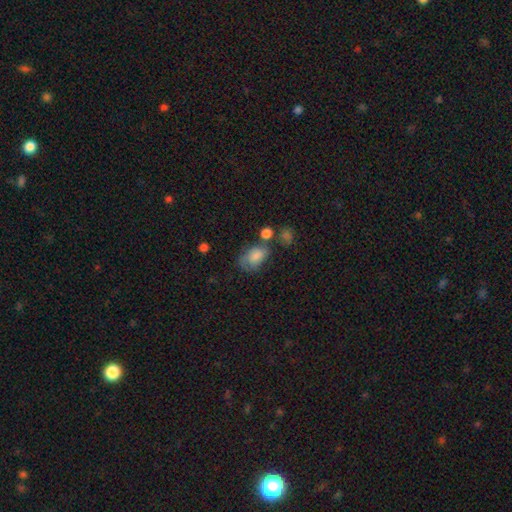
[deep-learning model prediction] This is likely a smooth galaxy (75%). How rounded: clearly in between (82%). Merging: marginally none (40%).